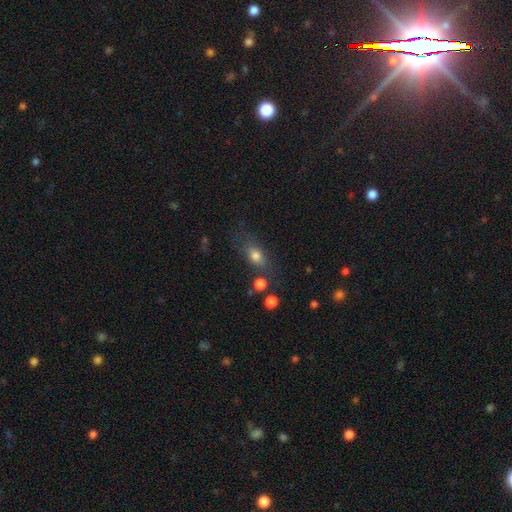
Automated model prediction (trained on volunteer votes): smooth-or-featured: smooth: 76% | featured or disk: 13% | star or artifact: 11%
  how-rounded: in between: 67% | round: 21% | cigar-shaped: 12%
  merging: none: 60% | minor disturbance: 20% | major disturbance: 11% | merger: 8%